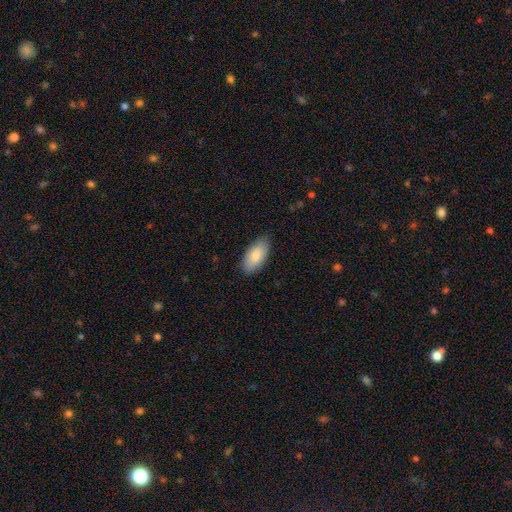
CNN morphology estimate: A smooth galaxy with no disk features (83%) that is in between round and cigar-shaped (92%).

Vote fractions:
- Smooth or featured? smooth: 83% / featured or disk: 12% / star or artifact: 6%
- How rounded? in between: 92% / cigar-shaped: 6% / round: 2%
- Merging? none: 84% / minor disturbance: 13% / major disturbance: 2% / merger: 1%